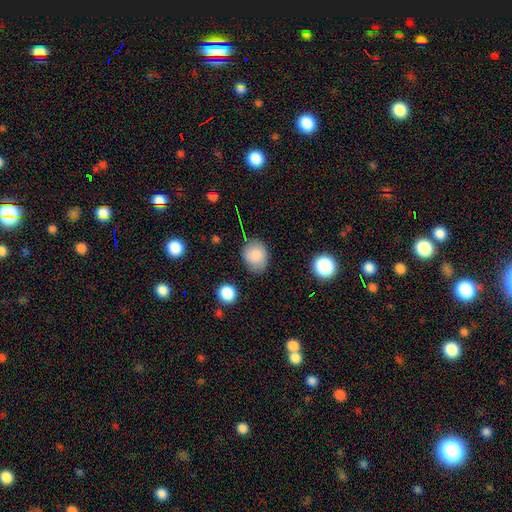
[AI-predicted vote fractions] A smooth galaxy with no disk features (84%) that is round (58%).

Vote fractions:
- Smooth or featured? smooth: 84% / star or artifact: 9% / featured or disk: 7%
- How rounded? round: 58% / in between: 41% / cigar-shaped: 1%
- Merging? none: 73% / minor disturbance: 20% / major disturbance: 5% / merger: 2%